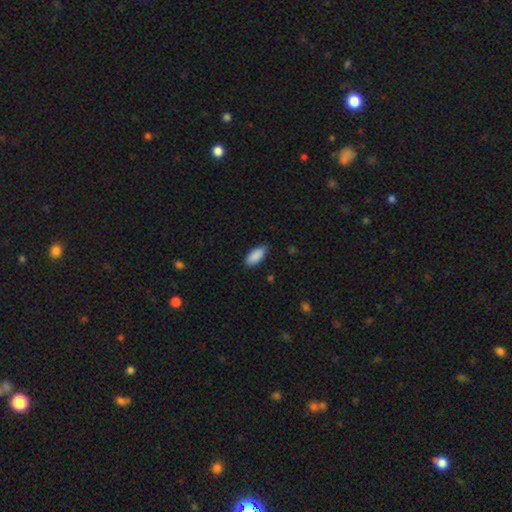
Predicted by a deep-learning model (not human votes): This appears to be a smooth galaxy with no disk features (89%) that is in between round and cigar-shaped (88%). Merging: none (79%).